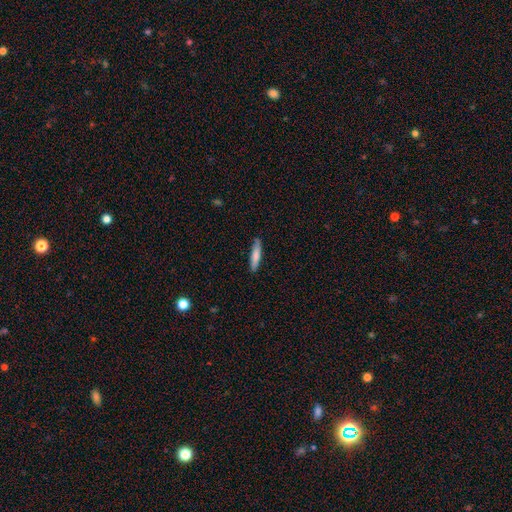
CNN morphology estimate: smooth 77%, featured or disk 17%, star or artifact 6%. Down the decision tree: how rounded — cigar-shaped (84%); merging — none (85%).